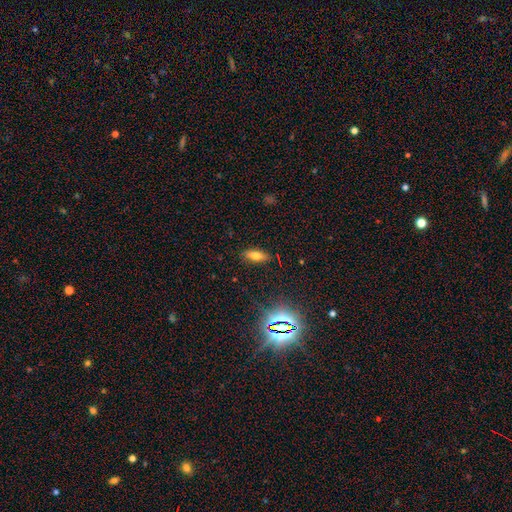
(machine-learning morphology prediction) The model was most divided on "smooth or featured": smooth: 68%, featured or disk: 18%, star or artifact: 15%. More confident: merging — none (85%); how rounded — in between (74%).